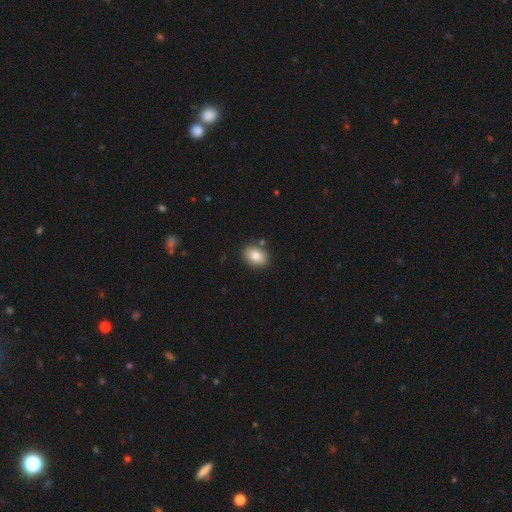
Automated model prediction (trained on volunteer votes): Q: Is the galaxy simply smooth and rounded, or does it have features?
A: smooth — 81%.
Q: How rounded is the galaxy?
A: in between — 60%.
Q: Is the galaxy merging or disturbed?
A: none — 84%.